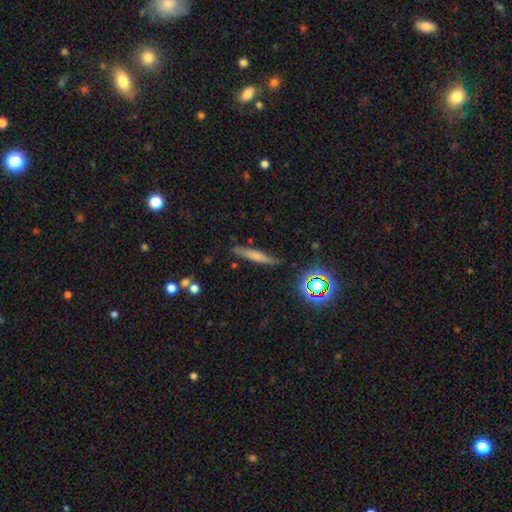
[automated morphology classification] type=smooth (57%); roundness=cigar-shaped (90%); merging=none (84%).